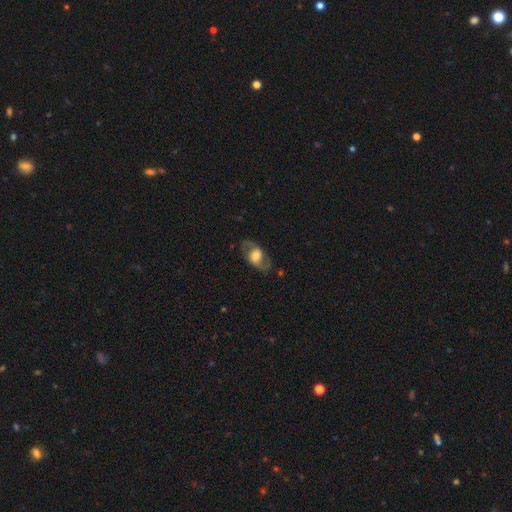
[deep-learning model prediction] Morphology: type=featured or disk (62%); edge-on=no (89%); bar=no (61%); spiral arms=yes (70%); bulge=large (47%); merging=none (76%).